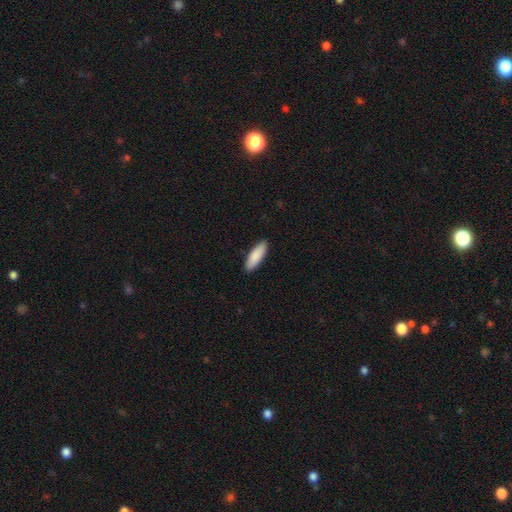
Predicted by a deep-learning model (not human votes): Morphology: type=smooth (88%); roundness=in between (53%); merging=none (91%).